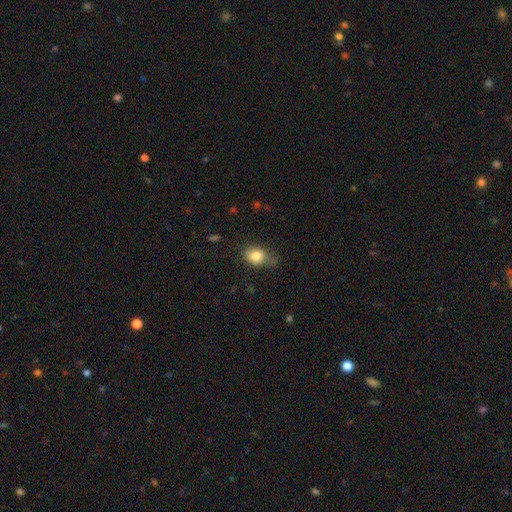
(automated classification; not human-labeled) This appears to be a smooth galaxy with no disk features (82%) that is in between round and cigar-shaped (63%). Merging: none (52%).